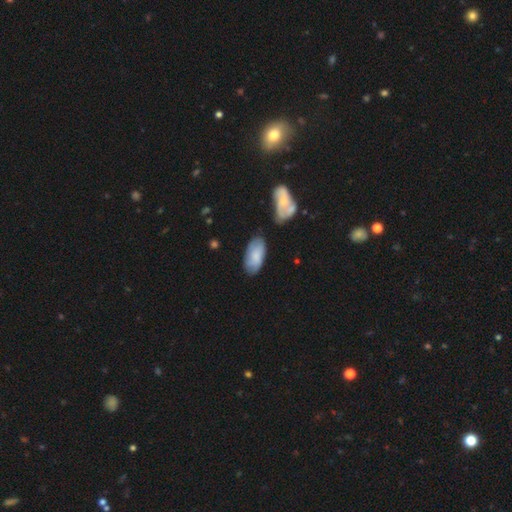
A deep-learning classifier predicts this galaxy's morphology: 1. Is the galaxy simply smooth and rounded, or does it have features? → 70% smooth, 24% featured or disk, 6% star or artifact.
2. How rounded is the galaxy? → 93% in between, 5% cigar-shaped, 2% round.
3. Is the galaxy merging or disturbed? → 65% none, 21% minor disturbance, 8% merger, 5% major disturbance.